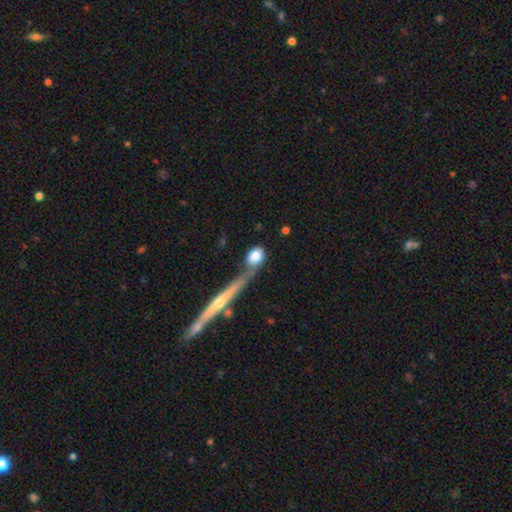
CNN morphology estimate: This is likely a smooth galaxy (76%). How rounded: possibly in between (47%). Merging: possibly none (48%).